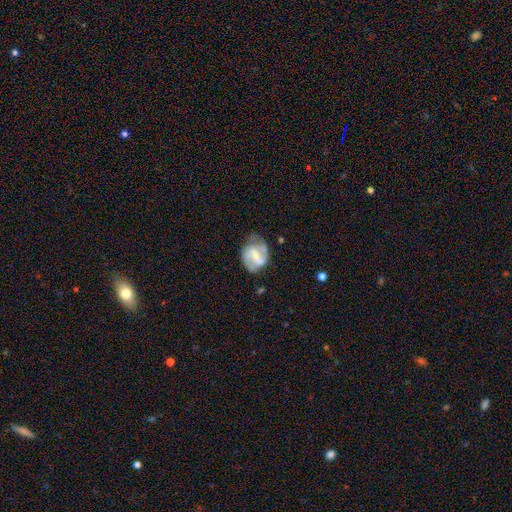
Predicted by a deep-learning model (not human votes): Overall: featured or disk (80%). Edge-on disk: no (98%). Bar: weak (49%; strong 31%). Spiral arms: yes (91%). Spiral arm count: 2 (85%). Spiral winding: medium (49%; loose 29%). Bulge size: small (53%; moderate 35%). Merging: none (62%; minor disturbance 25%).